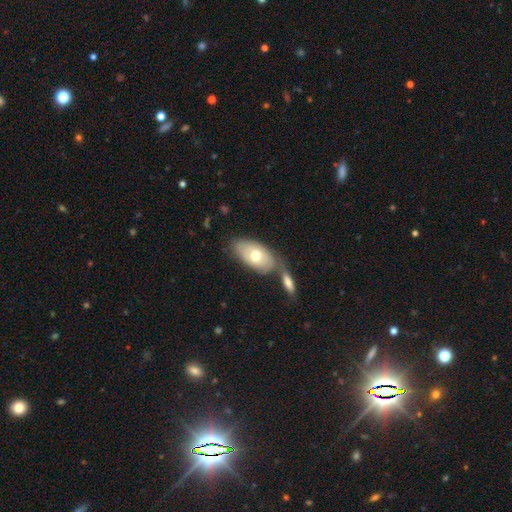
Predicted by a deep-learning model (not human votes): This is likely a smooth galaxy (64%). How rounded: clearly in between (91%). Merging: possibly none (49%).